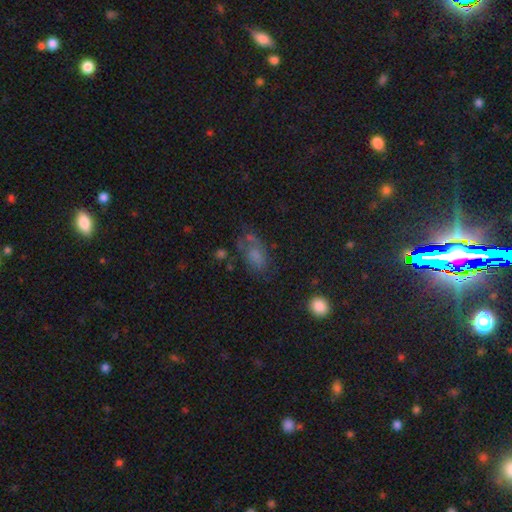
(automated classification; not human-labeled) The model was most divided on "merging": none: 40%, major disturbance: 26%, minor disturbance: 25%, merger: 9%. More confident: how rounded — in between (84%); smooth or featured — smooth (56%).